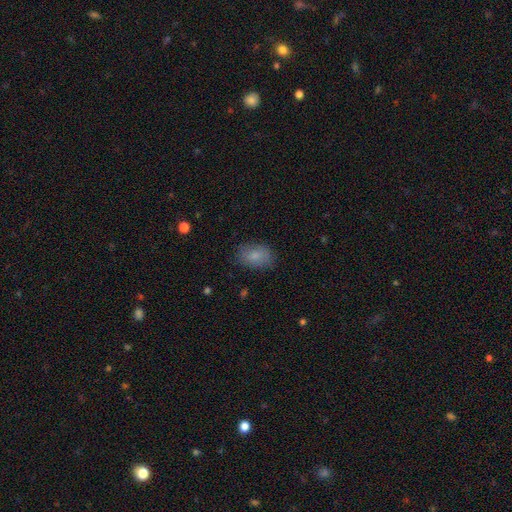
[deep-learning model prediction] smooth 82%, featured or disk 10%, star or artifact 8%. Down the decision tree: how rounded — in between (85%); merging — none (79%).